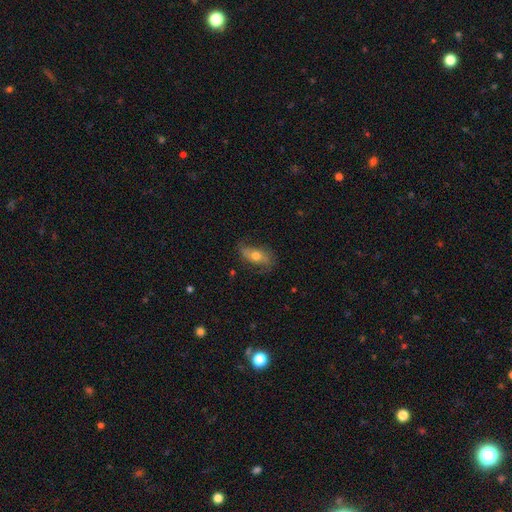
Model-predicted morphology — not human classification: smooth 50%, featured or disk 42%, star or artifact 8%. Down the decision tree: merging — none (68%).